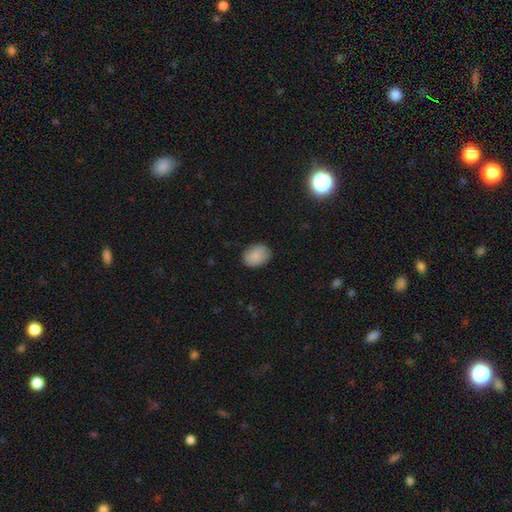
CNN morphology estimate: smooth_or_featured: smooth (p=0.88) [alt: star or artifact p=0.07]
how_rounded: in between (p=0.63) [alt: round p=0.36]
merging: none (p=0.85) [alt: minor disturbance p=0.12]